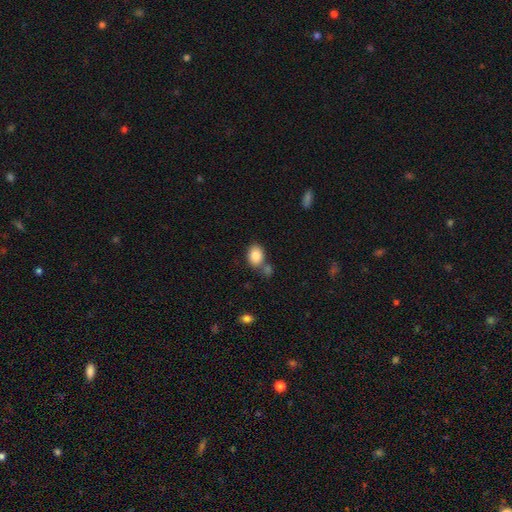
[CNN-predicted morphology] Smooth or featured? smooth (86%)
How rounded? in between (72%)
Merging? none (61%)